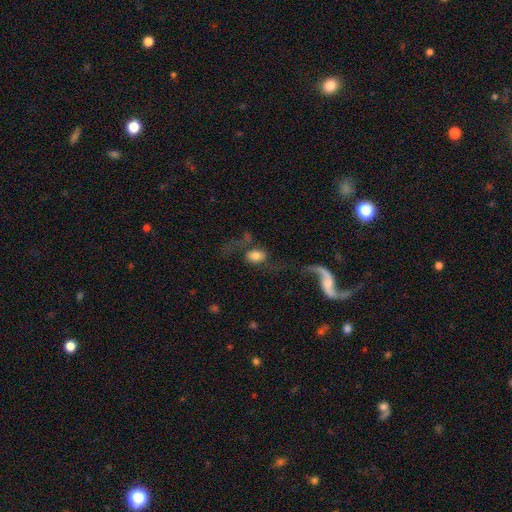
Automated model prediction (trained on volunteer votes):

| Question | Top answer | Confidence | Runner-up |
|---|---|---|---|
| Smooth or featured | smooth | 52% | featured or disk (38%) |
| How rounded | in between | 76% | round (21%) |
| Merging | none | 38% | major disturbance (33%) |